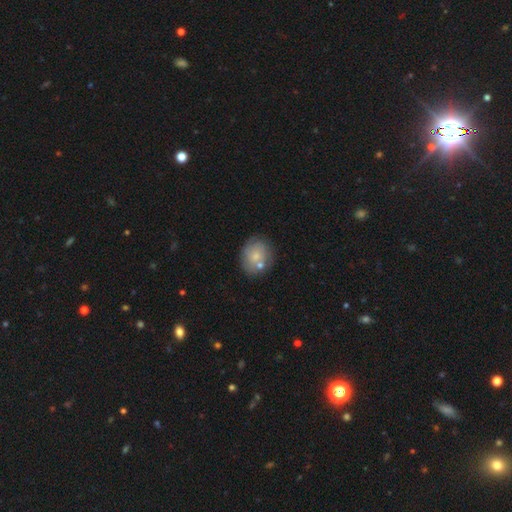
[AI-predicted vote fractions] smooth-or-featured: smooth: 59% | featured or disk: 34% | star or artifact: 8%
  how-rounded: round: 68% | in between: 31% | cigar-shaped: 1%
  merging: none: 61% | minor disturbance: 18% | merger: 14% | major disturbance: 6%